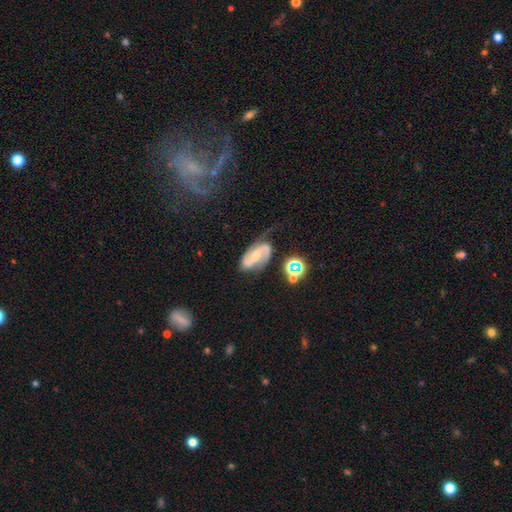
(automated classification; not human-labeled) This appears to be a featured or disk galaxy (80%) with a weak bar (42%), 2 (87%) medium (47%) spiral arms (95%) and a small central bulge (49%). Merging: none (50%).